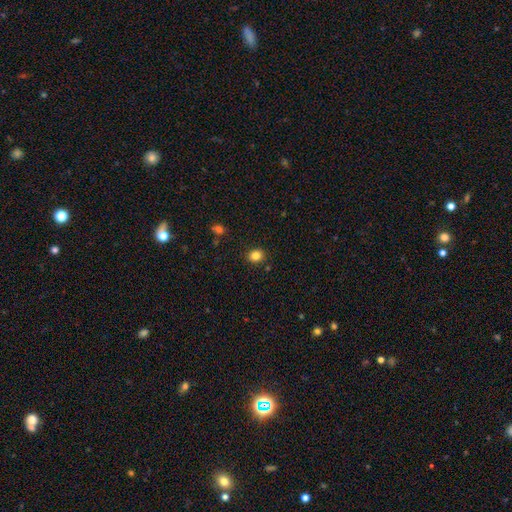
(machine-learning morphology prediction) Smooth or featured? smooth (83%)
How rounded? round (72%)
Merging? none (89%)